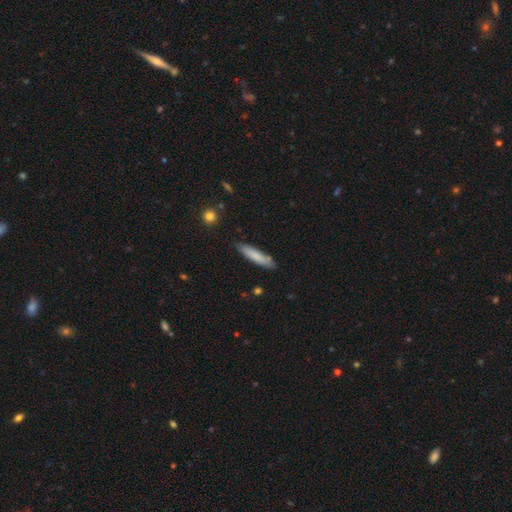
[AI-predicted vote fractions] Smooth or featured?
  - smooth: 78% *
  - featured or disk: 17%
  - star or artifact: 6%
How rounded?
  - cigar-shaped: 84% *
  - in between: 15%
  - round: 1%
Merging?
  - none: 82% *
  - minor disturbance: 13%
  - major disturbance: 2%
  - merger: 2%